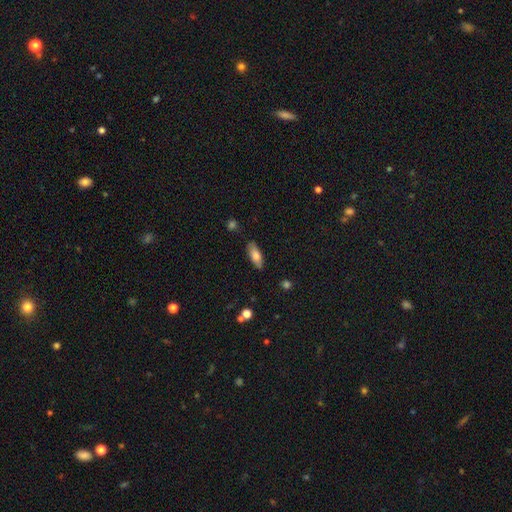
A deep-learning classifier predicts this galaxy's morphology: type=smooth (74%); roundness=in between (74%); merging=none (84%).